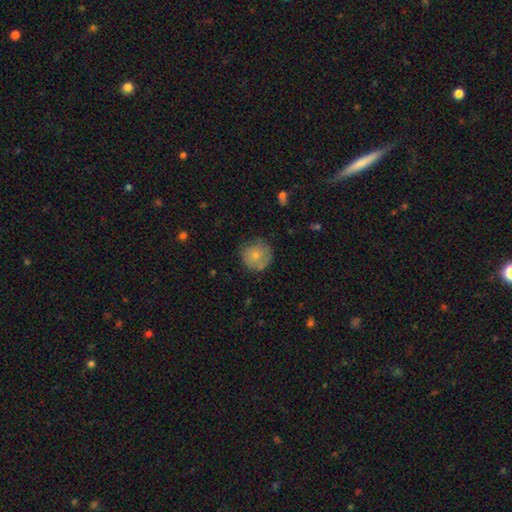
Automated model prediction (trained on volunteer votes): smooth 71%, featured or disk 21%, star or artifact 7%. Down the decision tree: how rounded — round (92%); merging — none (69%).